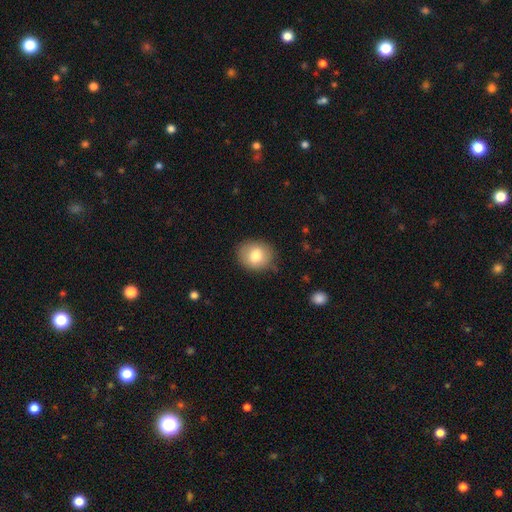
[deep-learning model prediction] smooth 78%, featured or disk 14%, star or artifact 8%. Down the decision tree: how rounded — round (63%); merging — none (80%).